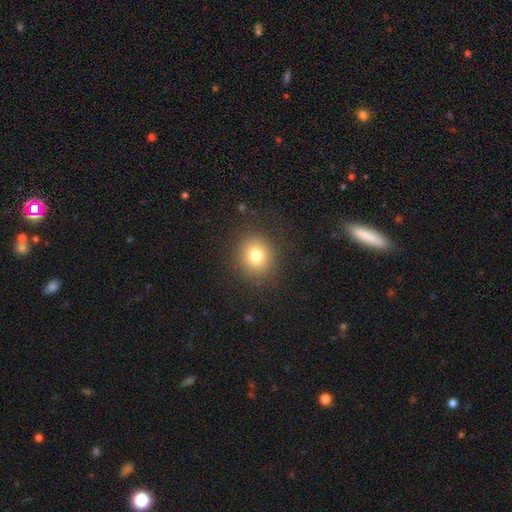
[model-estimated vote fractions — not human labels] Smooth or featured?
  - smooth: 78% *
  - star or artifact: 13%
  - featured or disk: 9%
How rounded?
  - round: 79% *
  - in between: 20%
  - cigar-shaped: 1%
Merging?
  - none: 87% *
  - minor disturbance: 8%
  - major disturbance: 4%
  - merger: 1%